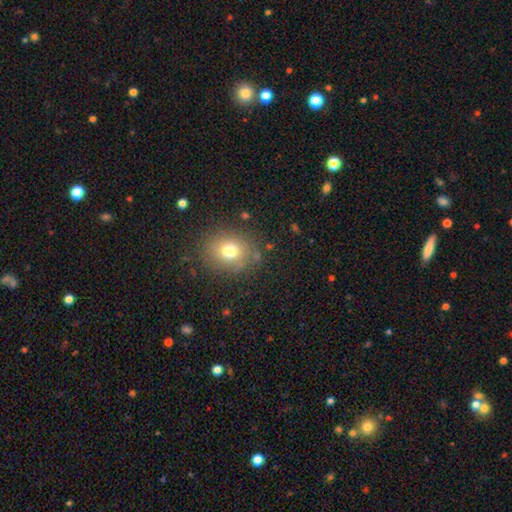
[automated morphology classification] Smooth or featured: smooth — 66% (star or artifact — 24%)
How rounded: round — 68% (in between — 31%)
Merging: none — 89% (minor disturbance — 7%)